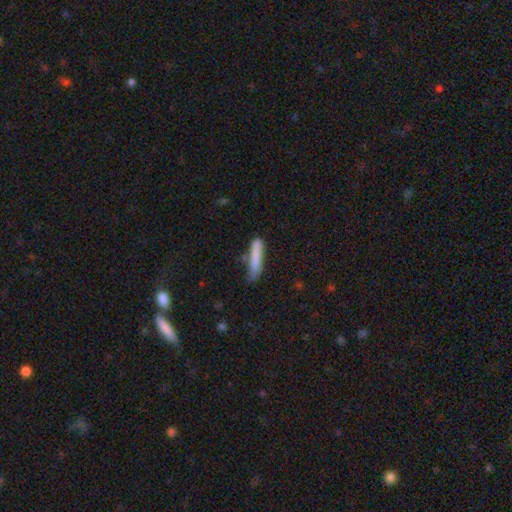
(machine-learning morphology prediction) The model was most divided on "merging": none: 63%, minor disturbance: 25%, major disturbance: 7%, merger: 5%. More confident: how rounded — cigar-shaped (89%); smooth or featured — smooth (81%).